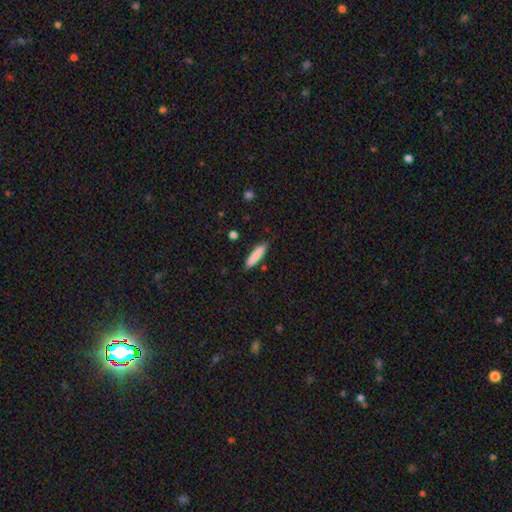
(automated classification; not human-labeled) The model was most divided on "how rounded": cigar-shaped: 81%, in between: 18%, round: 1%. More confident: merging — none (87%); smooth or featured — smooth (85%).